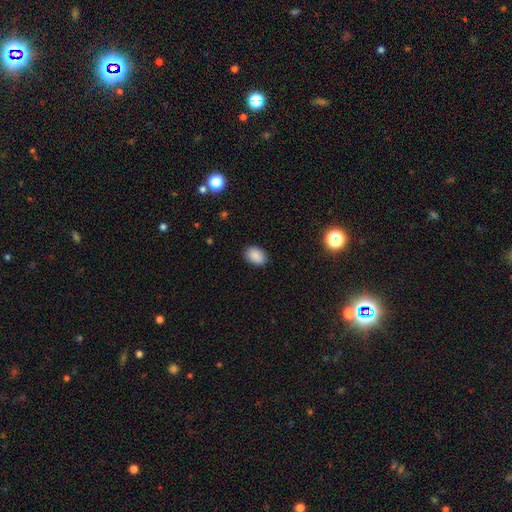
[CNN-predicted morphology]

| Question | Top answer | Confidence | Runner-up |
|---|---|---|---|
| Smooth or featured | smooth | 88% | star or artifact (8%) |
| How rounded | in between | 81% | round (18%) |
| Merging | none | 87% | minor disturbance (10%) |